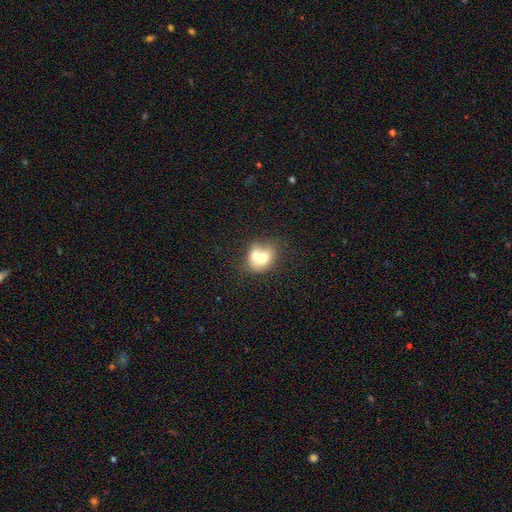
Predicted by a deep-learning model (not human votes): The model was most divided on "how rounded": in between: 50%, round: 49%, cigar-shaped: 1%. More confident: smooth or featured — smooth (66%); merging — merger (59%).